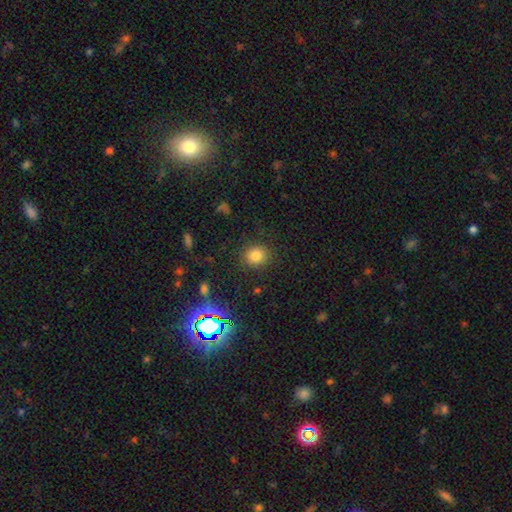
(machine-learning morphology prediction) A smooth galaxy with no disk features (79%) that is round (83%).

Vote fractions:
- Smooth or featured? smooth: 79% / star or artifact: 15% / featured or disk: 6%
- How rounded? round: 83% / in between: 16% / cigar-shaped: 1%
- Merging? none: 87% / minor disturbance: 8% / major disturbance: 3% / merger: 2%